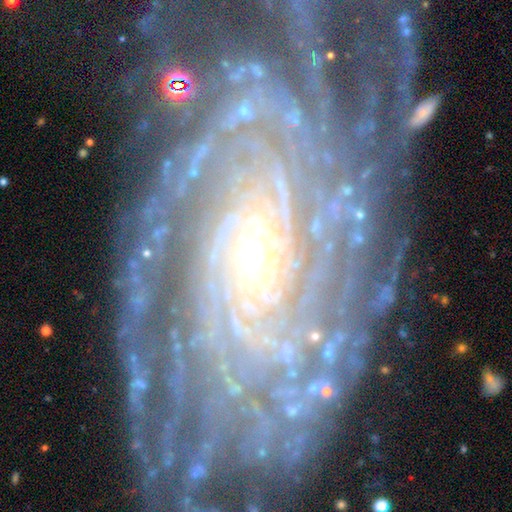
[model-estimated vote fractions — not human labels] Smooth or featured: featured or disk — 91% (star or artifact — 5%)
Edge-on disk: no — 96% (yes — 4%)
Bar: no — 54% (weak — 31%)
Spiral arms: yes — 98% (no — 2%)
Spiral winding: tight — 81% (medium — 16%)
Spiral arm count: more than 4 — 32% (can't tell — 20%)
Bulge size: small — 50% (moderate — 45%)
Merging: none — 76% (minor disturbance — 15%)